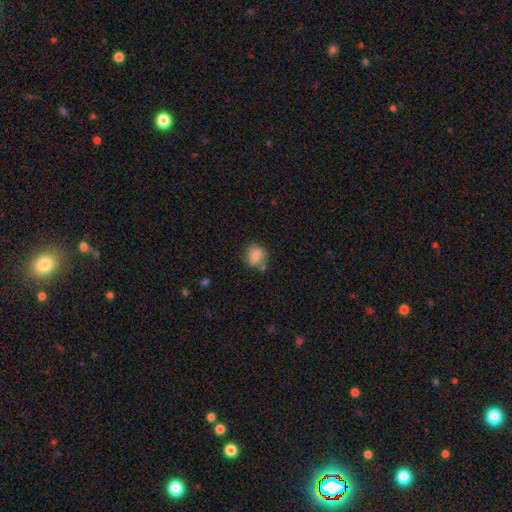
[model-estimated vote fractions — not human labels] smooth-or-featured: smooth: 81% | featured or disk: 10% | star or artifact: 9%
  how-rounded: round: 67% | in between: 32% | cigar-shaped: 1%
  merging: none: 65% | minor disturbance: 20% | merger: 11% | major disturbance: 5%